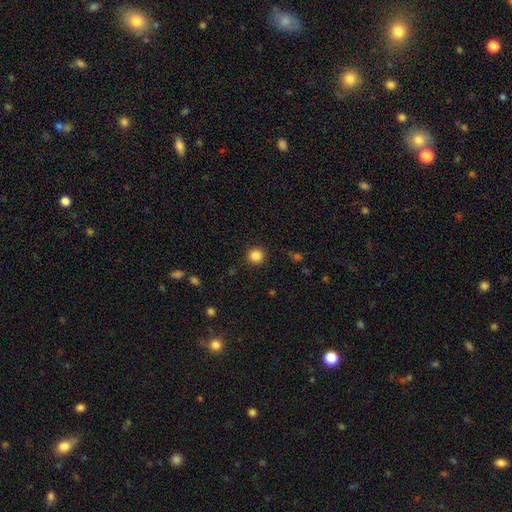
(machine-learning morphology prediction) Smooth or featured? Predicted: smooth (p=0.85). How rounded? Predicted: round (p=0.93). Merging? Predicted: none (p=0.90).